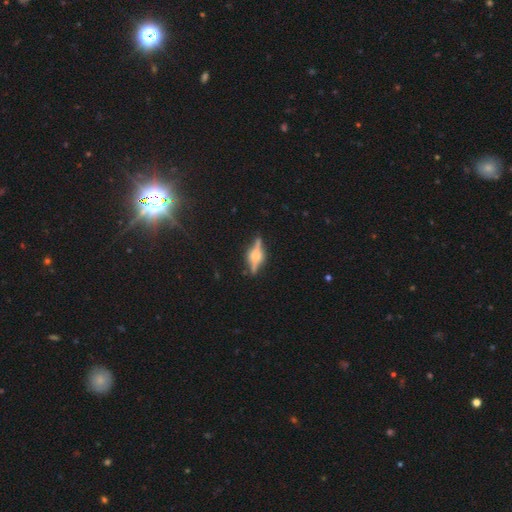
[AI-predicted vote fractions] This appears to be a featured or disk galaxy (76%) viewed edge-on (96%) with a rounded central bulge (85%). Merging: none (81%).